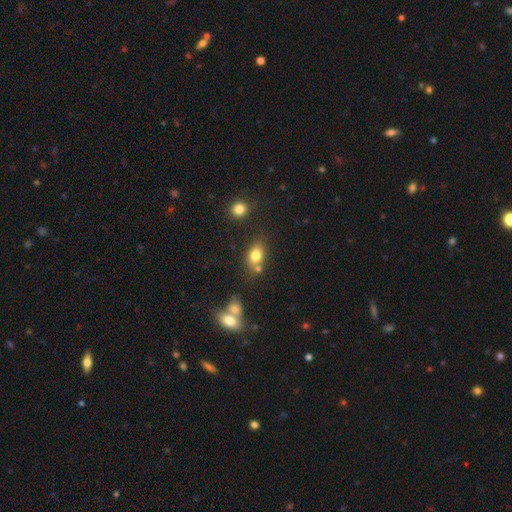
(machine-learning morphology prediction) A smooth galaxy with no disk features (79%) that is in between round and cigar-shaped (72%). Merging: none (59%).